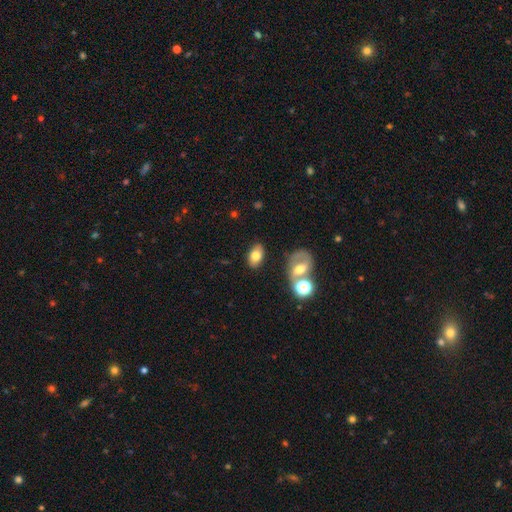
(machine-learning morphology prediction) smooth_or_featured: smooth (p=0.73) [alt: featured or disk p=0.18]
how_rounded: in between (p=0.88) [alt: round p=0.10]
merging: none (p=0.78) [alt: minor disturbance p=0.12]